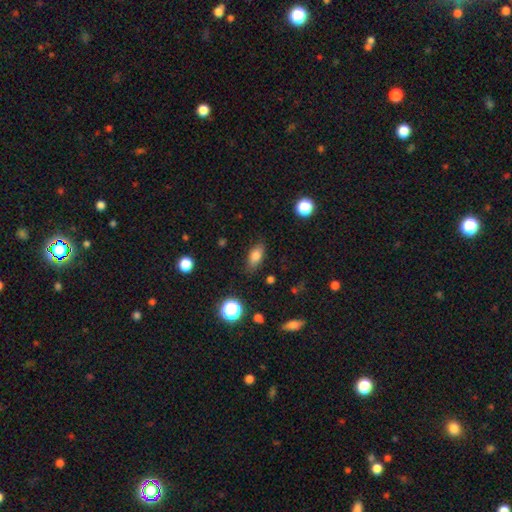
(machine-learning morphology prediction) Smooth or featured?
  - smooth: 78% *
  - featured or disk: 12%
  - star or artifact: 10%
How rounded?
  - in between: 82% *
  - cigar-shaped: 10%
  - round: 8%
Merging?
  - none: 81% *
  - minor disturbance: 14%
  - major disturbance: 3%
  - merger: 2%